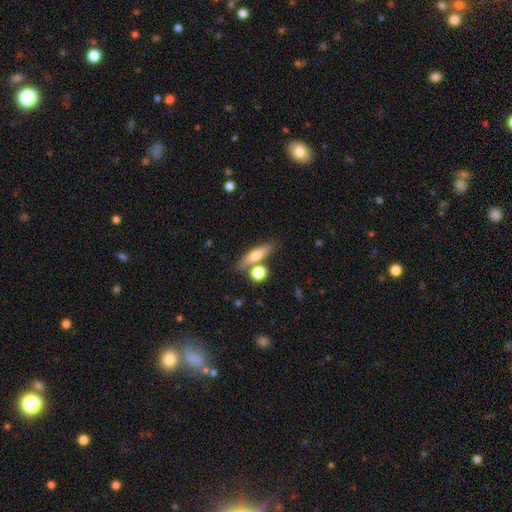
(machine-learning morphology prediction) A smooth galaxy with no disk features (55%) that is cigar-shaped (61%). Merging: none (68%).